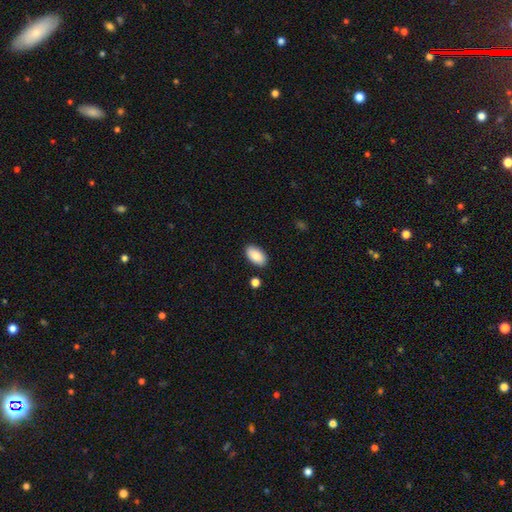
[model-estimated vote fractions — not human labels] This is clearly a smooth galaxy (88%). How rounded: clearly in between (95%). Merging: clearly none (86%).